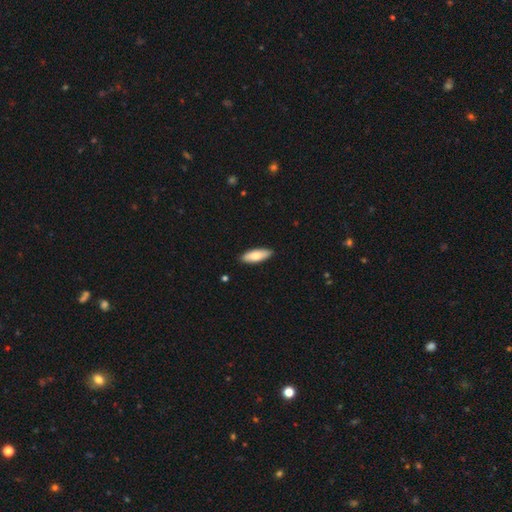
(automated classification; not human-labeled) Q: Smooth or featured?
A: smooth (75%); runner-up: featured or disk (20%)
Q: How rounded?
A: in between (66%); runner-up: cigar-shaped (32%)
Q: Merging?
A: none (89%); runner-up: minor disturbance (8%)